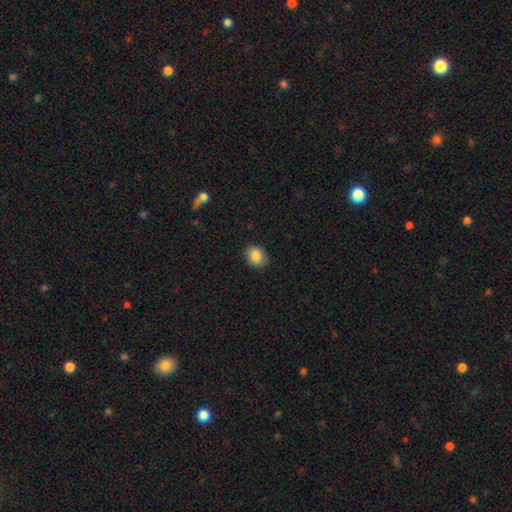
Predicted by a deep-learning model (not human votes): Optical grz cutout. It shows a smooth galaxy with no disk features (85%) that is round (54%). Merging: none (88%).